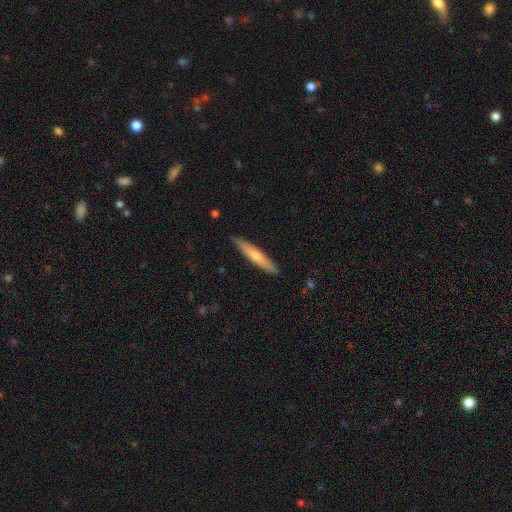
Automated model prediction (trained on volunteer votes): This appears to be a smooth galaxy with no disk features (62%) that is cigar-shaped (92%). Merging: none (90%).